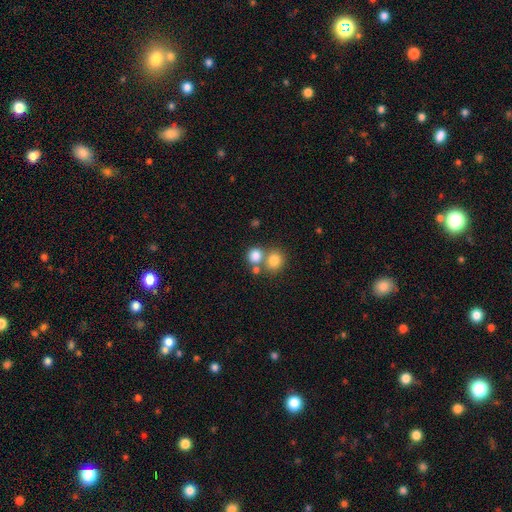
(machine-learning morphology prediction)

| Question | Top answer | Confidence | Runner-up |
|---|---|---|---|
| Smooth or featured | smooth | 79% | star or artifact (12%) |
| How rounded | round | 79% | in between (20%) |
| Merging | none | 50% | merger (39%) |